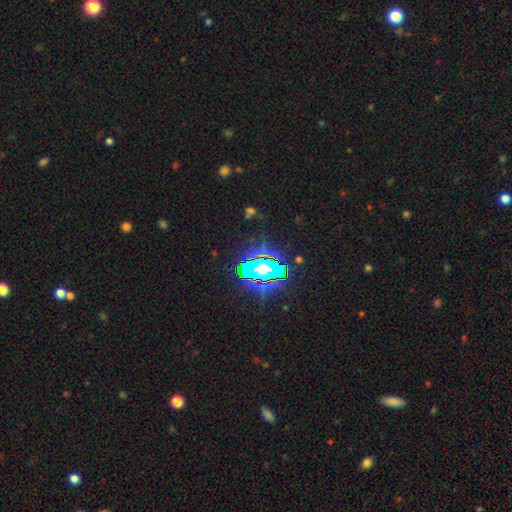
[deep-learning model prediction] smooth_or_featured: star or artifact (p=0.82) [alt: smooth p=0.10]